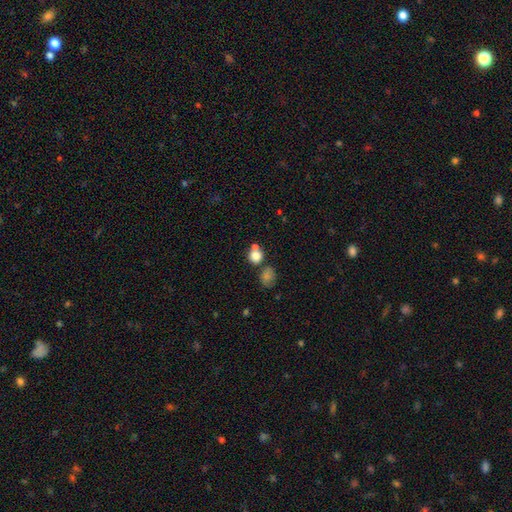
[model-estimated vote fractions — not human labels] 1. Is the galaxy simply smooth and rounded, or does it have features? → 79% smooth, 13% star or artifact, 8% featured or disk.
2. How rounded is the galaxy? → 84% round, 15% in between, 1% cigar-shaped.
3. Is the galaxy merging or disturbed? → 55% none, 31% merger, 10% minor disturbance, 5% major disturbance.